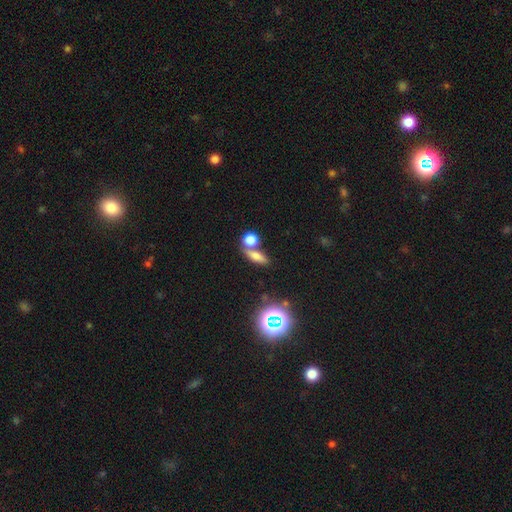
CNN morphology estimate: Smooth or featured? smooth (62%)
How rounded? in between (43%)
Merging? none (59%)